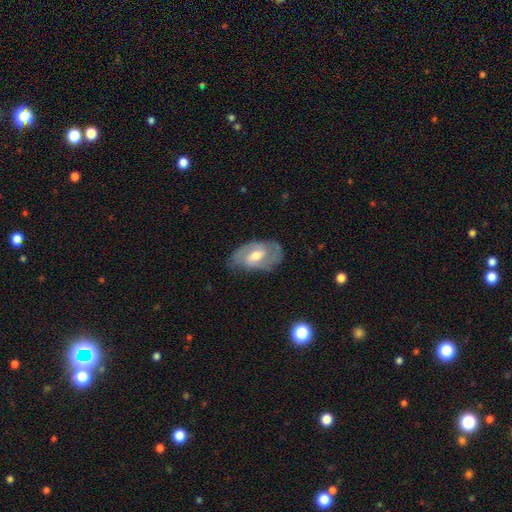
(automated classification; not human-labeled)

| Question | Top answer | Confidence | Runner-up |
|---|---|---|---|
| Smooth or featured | featured or disk | 74% | smooth (20%) |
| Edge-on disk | no | 95% | yes (5%) |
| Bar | weak | 52% | no (27%) |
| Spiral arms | yes | 86% | no (14%) |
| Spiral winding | medium | 45% | tight (40%) |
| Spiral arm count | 2 | 74% | can't tell (15%) |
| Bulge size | moderate | 69% | small (23%) |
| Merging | none | 70% | minor disturbance (22%) |